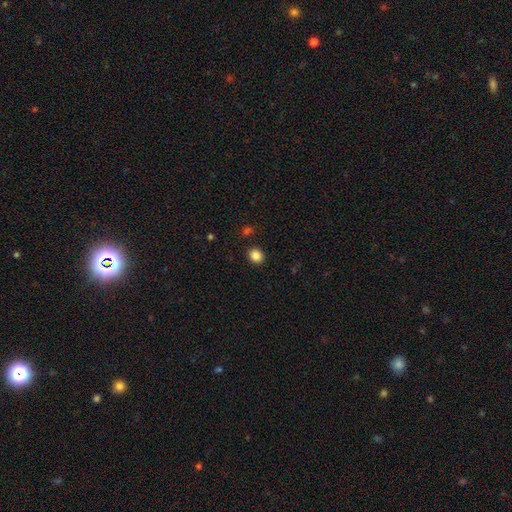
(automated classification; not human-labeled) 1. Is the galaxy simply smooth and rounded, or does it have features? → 86% smooth, 10% star or artifact, 4% featured or disk.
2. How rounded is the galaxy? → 72% round, 27% in between, 1% cigar-shaped.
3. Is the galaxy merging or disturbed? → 89% none, 7% minor disturbance, 3% merger, 2% major disturbance.